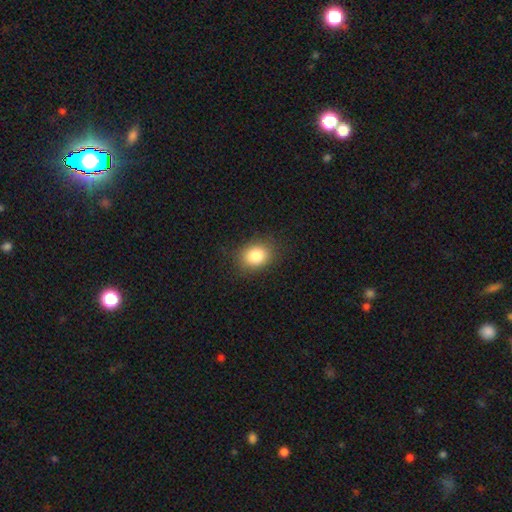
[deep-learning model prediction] This appears to be a smooth galaxy with no disk features (83%) that is in between round and cigar-shaped (54%). Merging: none (85%).